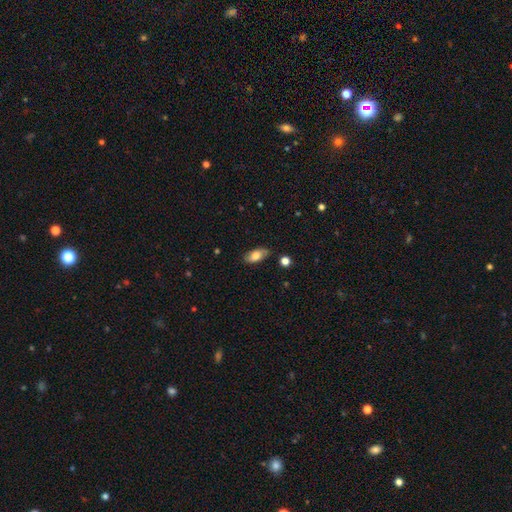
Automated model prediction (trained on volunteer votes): smooth 72%, featured or disk 21%, star or artifact 7%. Down the decision tree: how rounded — in between (90%); merging — none (80%).